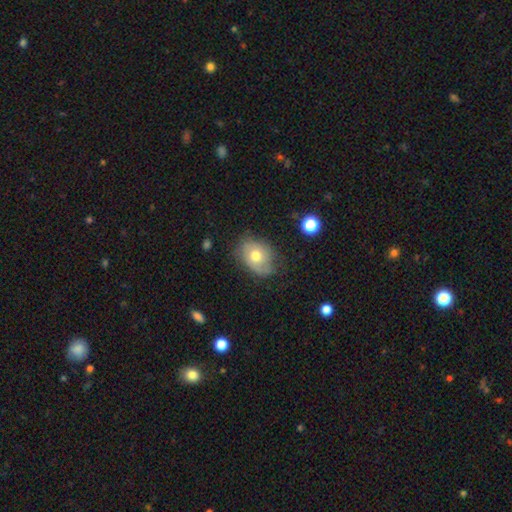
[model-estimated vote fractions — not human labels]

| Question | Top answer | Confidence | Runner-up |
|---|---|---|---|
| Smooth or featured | smooth | 57% | featured or disk (34%) |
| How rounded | in between | 64% | round (35%) |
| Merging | none | 60% | minor disturbance (29%) |